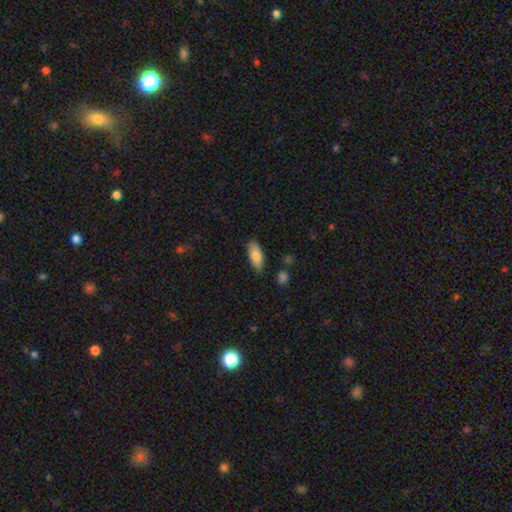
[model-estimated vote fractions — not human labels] This appears to be a smooth galaxy with no disk features (82%) that is in between round and cigar-shaped (85%). Merging: none (83%).